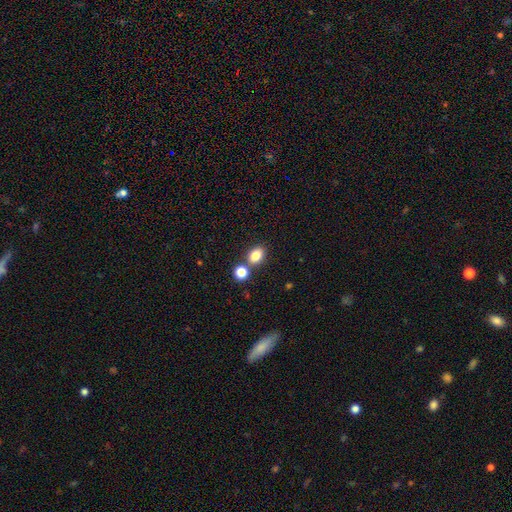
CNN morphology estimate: Overall: smooth (83%). How rounded: in between (64%; round 34%). Merging: none (65%).